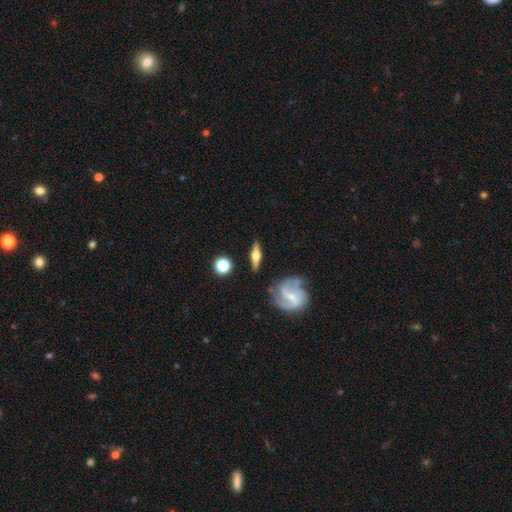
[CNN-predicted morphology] Overall: featured or disk (67%). Edge-on disk: yes (87%). Edge-on bulge: rounded (94%). Merging: none (82%).